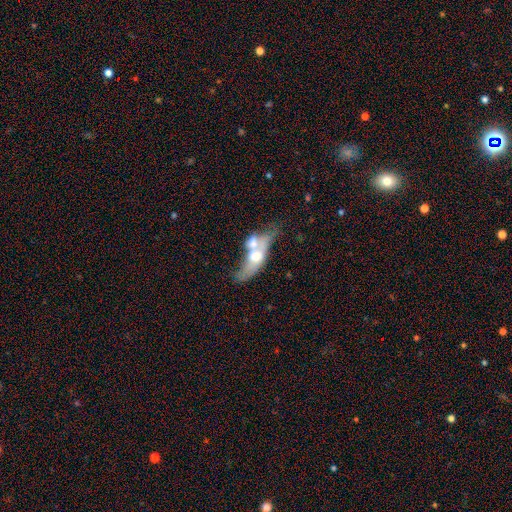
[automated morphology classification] smooth_or_featured: featured or disk (p=0.53) [alt: smooth p=0.40]
disk_edge_on: no (p=0.66) [alt: yes p=0.34]
merging: merger (p=0.54) [alt: none p=0.21]